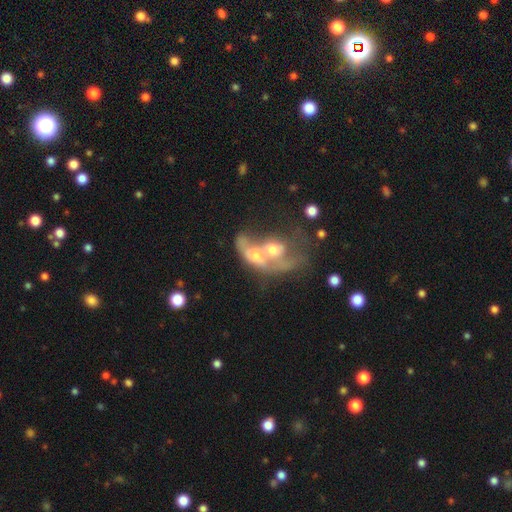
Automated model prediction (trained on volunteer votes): smooth_or_featured: featured or disk (p=0.54) [alt: smooth p=0.36]
disk_edge_on: no (p=0.94) [alt: yes p=0.06]
bar: no (p=0.79) [alt: weak p=0.17]
has_spiral_arms: no (p=0.61) [alt: yes p=0.39]
bulge_size: moderate (p=0.59) [alt: small p=0.19]
merging: merger (p=0.82) [alt: major disturbance p=0.09]